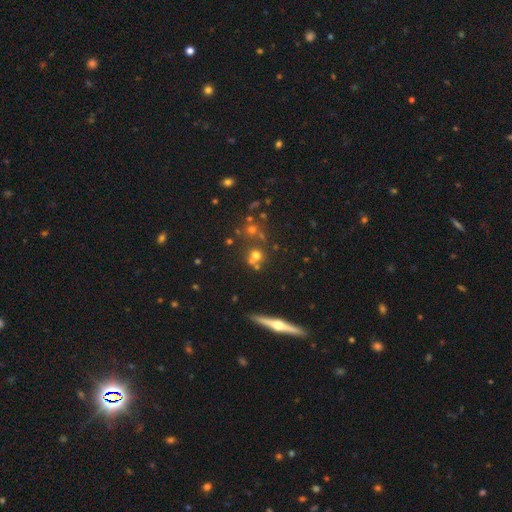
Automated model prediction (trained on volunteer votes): A smooth galaxy with no disk features (54%) that is round (87%).

Vote fractions:
- Smooth or featured? smooth: 54% / star or artifact: 23% / featured or disk: 23%
- How rounded? round: 87% / in between: 10% / cigar-shaped: 2%
- Merging? none: 56% / merger: 30% / minor disturbance: 9% / major disturbance: 4%